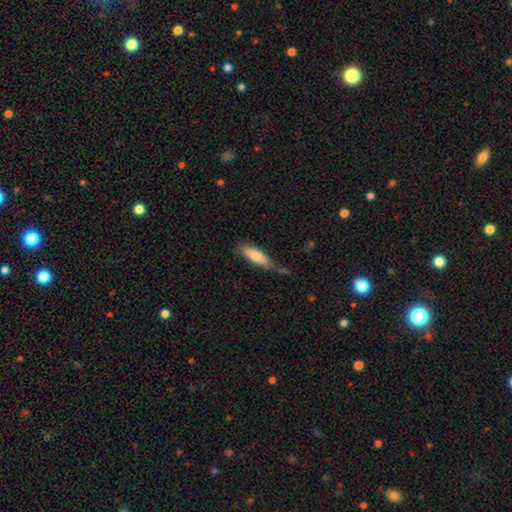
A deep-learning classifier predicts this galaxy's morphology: A smooth galaxy with no disk features (72%) that is cigar-shaped (52%).

Vote fractions:
- Smooth or featured? smooth: 72% / featured or disk: 21% / star or artifact: 6%
- How rounded? cigar-shaped: 52% / in between: 46% / round: 2%
- Merging? none: 54% / minor disturbance: 28% / major disturbance: 10% / merger: 8%